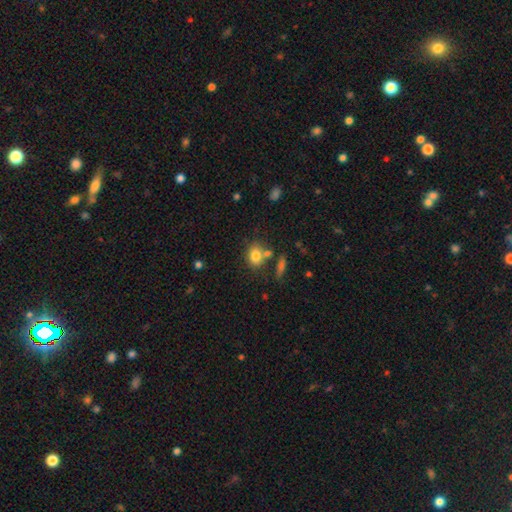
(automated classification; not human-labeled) Smooth or featured? Predicted: smooth (p=0.80). How rounded? Predicted: in between (p=0.63). Merging? Predicted: none (p=0.61).